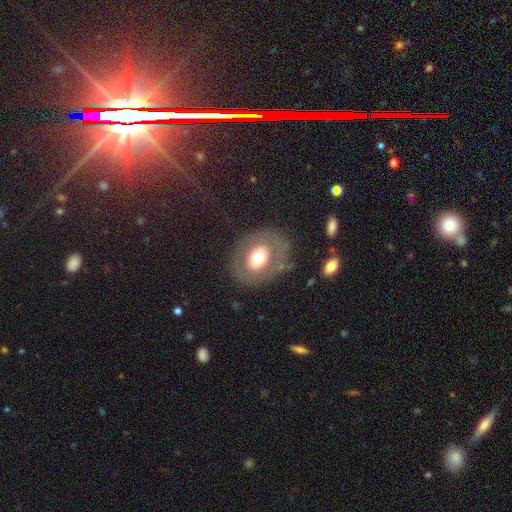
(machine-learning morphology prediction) Q: Smooth or featured?
A: smooth (55%); runner-up: featured or disk (37%)
Q: How rounded?
A: in between (57%); runner-up: round (42%)
Q: Merging?
A: none (77%); runner-up: minor disturbance (12%)